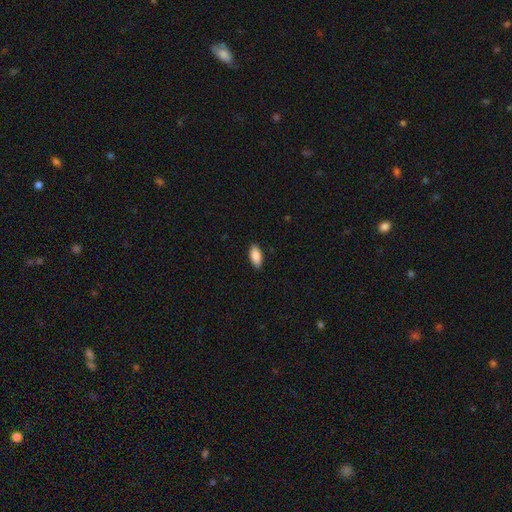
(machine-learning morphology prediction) Smooth or featured? Predicted: smooth (p=0.89). How rounded? Predicted: in between (p=0.89). Merging? Predicted: none (p=0.88).